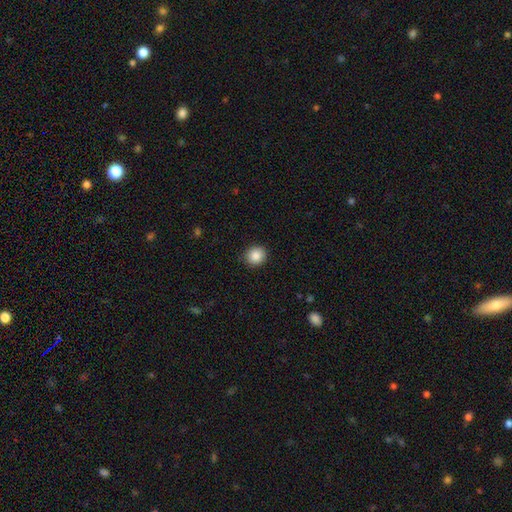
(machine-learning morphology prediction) smooth 88%, star or artifact 9%, featured or disk 4%. Down the decision tree: how rounded — round (85%); merging — none (89%).